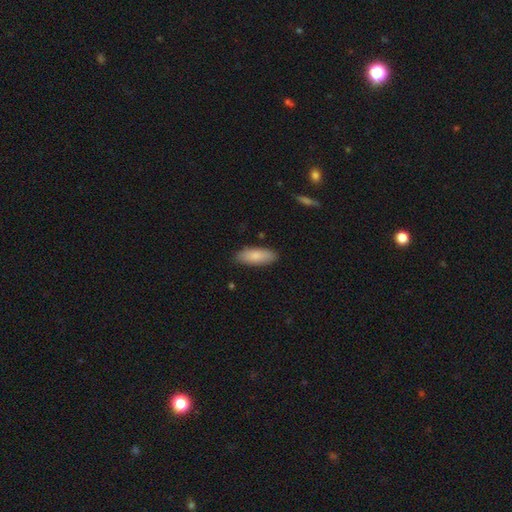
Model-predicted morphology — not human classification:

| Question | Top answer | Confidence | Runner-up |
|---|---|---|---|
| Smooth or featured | smooth | 85% | featured or disk (10%) |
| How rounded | in between | 72% | cigar-shaped (26%) |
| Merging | none | 86% | minor disturbance (11%) |